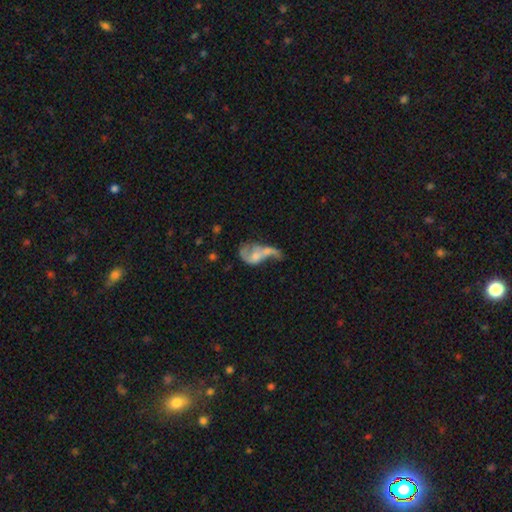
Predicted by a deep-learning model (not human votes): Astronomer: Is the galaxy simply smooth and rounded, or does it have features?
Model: featured or disk — 66%.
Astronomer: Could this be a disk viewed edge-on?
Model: no — 96%.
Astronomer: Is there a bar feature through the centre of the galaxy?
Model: no — 66%.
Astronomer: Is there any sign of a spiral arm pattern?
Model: yes — 65%.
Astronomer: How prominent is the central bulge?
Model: small — 41% (runner-up: moderate, 31%).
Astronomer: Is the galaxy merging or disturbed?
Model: merger — 39% (runner-up: major disturbance, 32%).